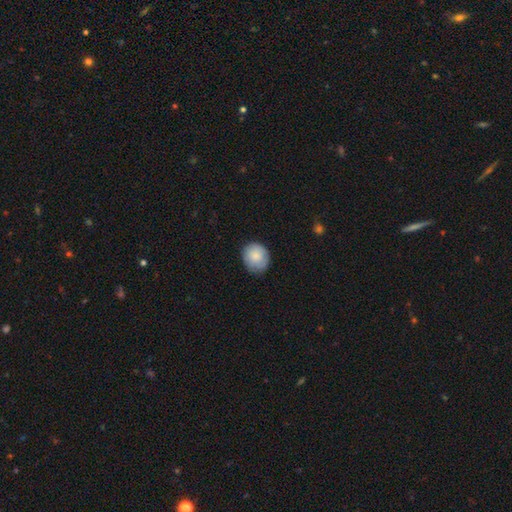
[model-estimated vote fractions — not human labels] A smooth galaxy with no disk features (81%) that is round (76%). Merging: none (79%).